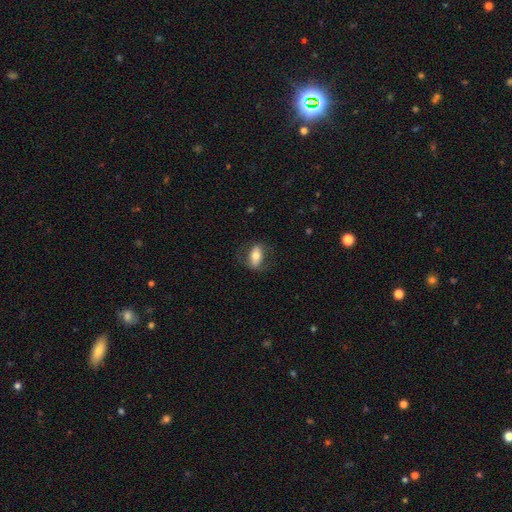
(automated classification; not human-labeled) smooth 62%, featured or disk 31%, star or artifact 7%. Down the decision tree: how rounded — in between (85%); merging — none (74%).